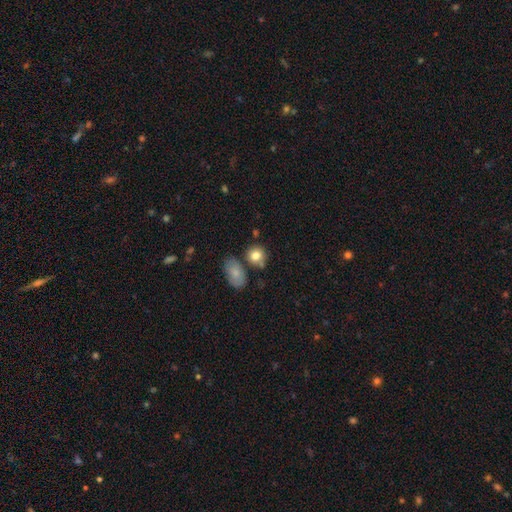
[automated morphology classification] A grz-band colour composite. It shows a smooth galaxy with no disk features (82%) that is round (73%). Merging: none (66%).